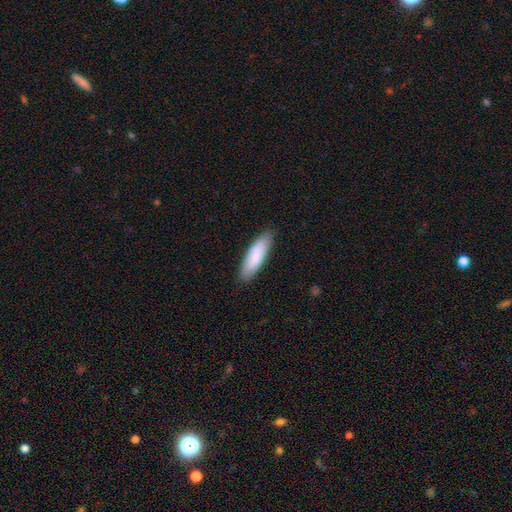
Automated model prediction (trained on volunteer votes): smooth-or-featured: smooth: 83% | featured or disk: 11% | star or artifact: 5%
  how-rounded: cigar-shaped: 53% | in between: 46% | round: 1%
  merging: none: 87% | minor disturbance: 10% | major disturbance: 2% | merger: 1%